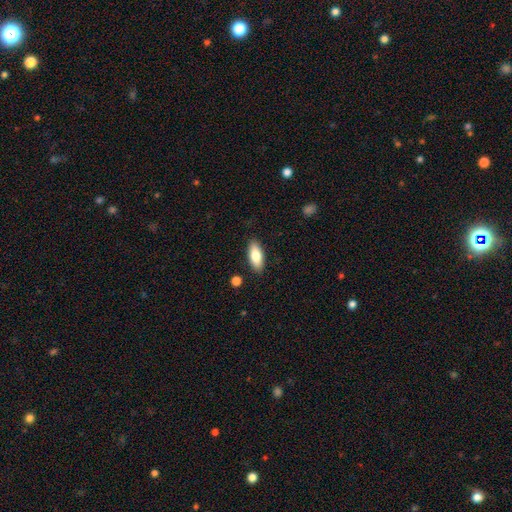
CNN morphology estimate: smooth-or-featured: smooth: 80% | featured or disk: 14% | star or artifact: 6%
  how-rounded: in between: 79% | cigar-shaped: 18% | round: 2%
  merging: none: 88% | minor disturbance: 8% | major disturbance: 2% | merger: 2%